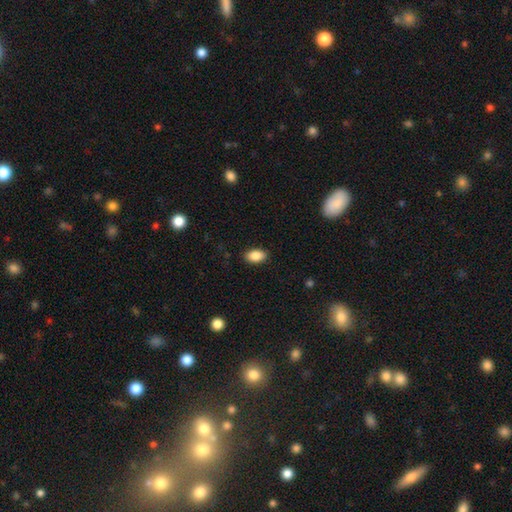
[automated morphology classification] Smooth or featured? Predicted: smooth (p=0.88). How rounded? Predicted: in between (p=0.91). Merging? Predicted: none (p=0.88).